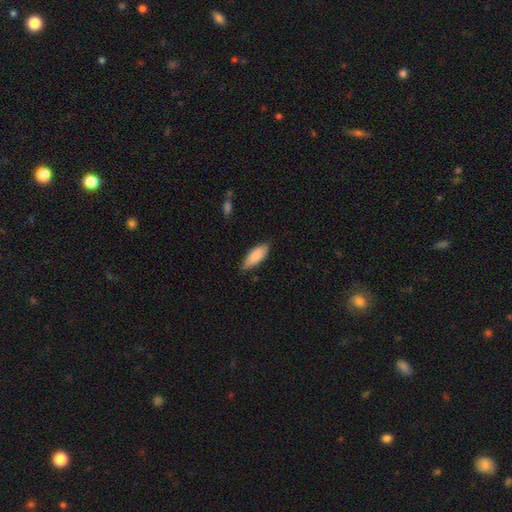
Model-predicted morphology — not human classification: The model was most divided on "how rounded": in between: 74%, cigar-shaped: 25%, round: 2%. More confident: smooth or featured — smooth (87%); merging — none (79%).